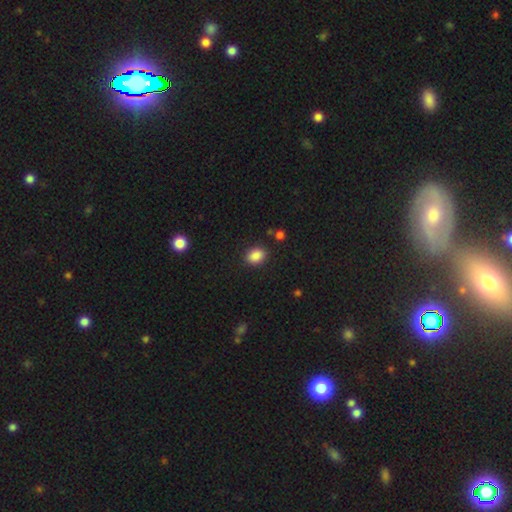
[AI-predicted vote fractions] This is clearly a smooth galaxy (87%). How rounded: likely in between (65%). Merging: clearly none (86%).